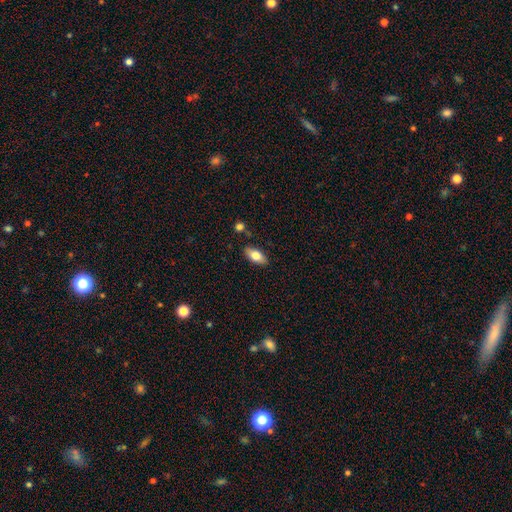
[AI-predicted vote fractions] A smooth galaxy with no disk features (74%) that is in between round and cigar-shaped (88%). Merging: none (85%).